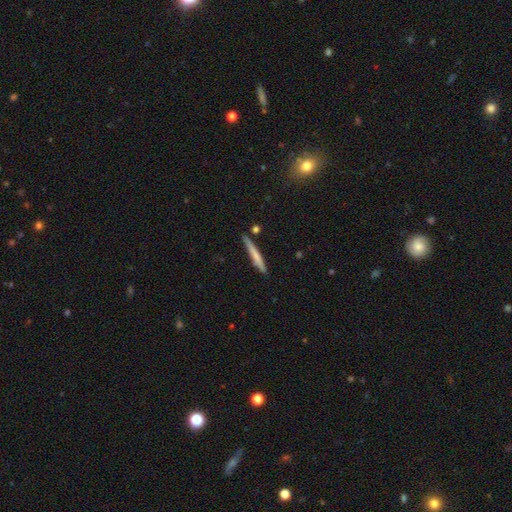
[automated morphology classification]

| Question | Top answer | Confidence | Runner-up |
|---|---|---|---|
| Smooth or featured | smooth | 66% | featured or disk (29%) |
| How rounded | cigar-shaped | 96% | in between (3%) |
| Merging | none | 85% | minor disturbance (10%) |